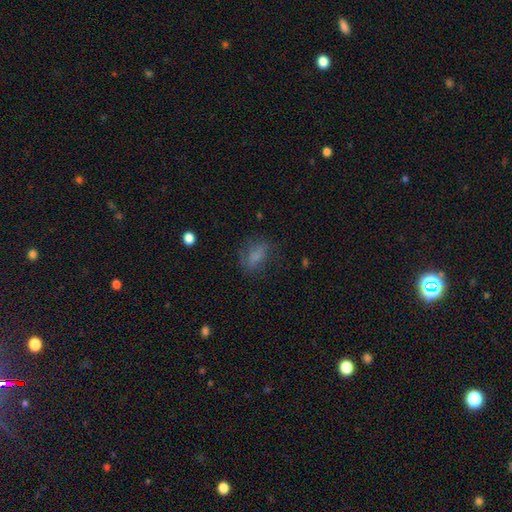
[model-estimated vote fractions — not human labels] smooth-or-featured: smooth: 68% | featured or disk: 18% | star or artifact: 14%
  how-rounded: in between: 78% | round: 16% | cigar-shaped: 6%
  merging: none: 58% | minor disturbance: 22% | major disturbance: 18% | merger: 2%